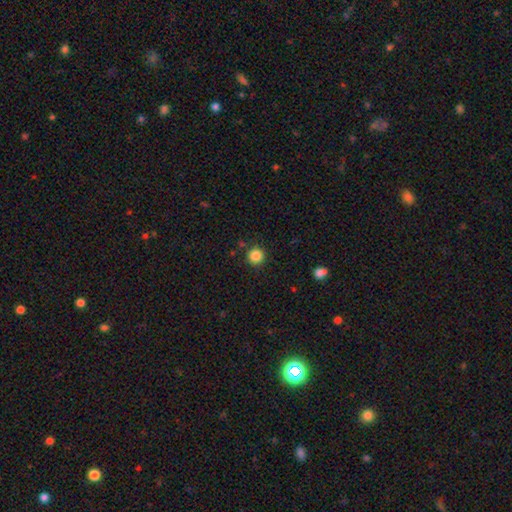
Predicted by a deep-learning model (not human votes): Q: Smooth or featured?
A: smooth (86%); runner-up: star or artifact (11%)
Q: How rounded?
A: round (94%); runner-up: in between (5%)
Q: Merging?
A: none (90%); runner-up: minor disturbance (6%)